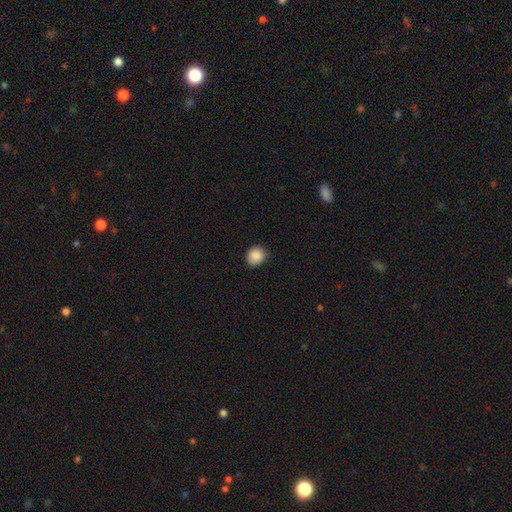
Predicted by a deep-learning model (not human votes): smooth 87%, star or artifact 9%, featured or disk 4%. Down the decision tree: how rounded — round (74%); merging — none (82%).